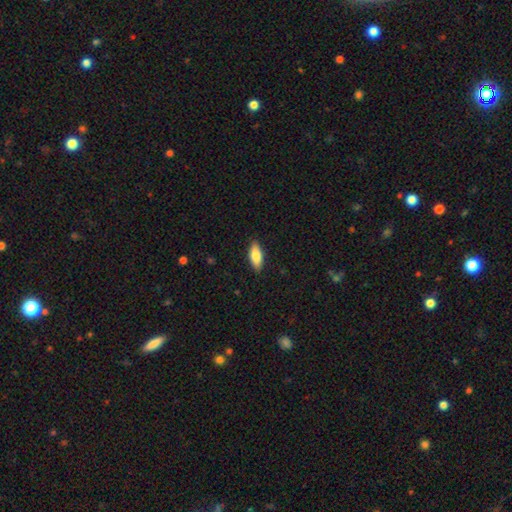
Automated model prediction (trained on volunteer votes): smooth-or-featured: smooth: 79% | featured or disk: 15% | star or artifact: 6%
  how-rounded: in between: 78% | cigar-shaped: 20% | round: 2%
  merging: none: 88% | minor disturbance: 9% | major disturbance: 2% | merger: 1%